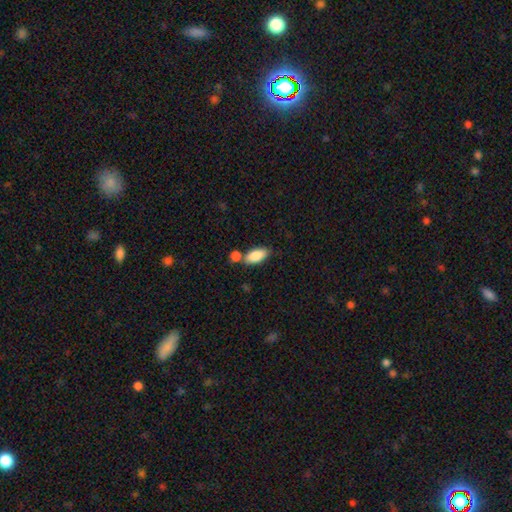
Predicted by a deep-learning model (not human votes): Morphology: type=smooth (84%); roundness=in between (89%); merging=none (61%).